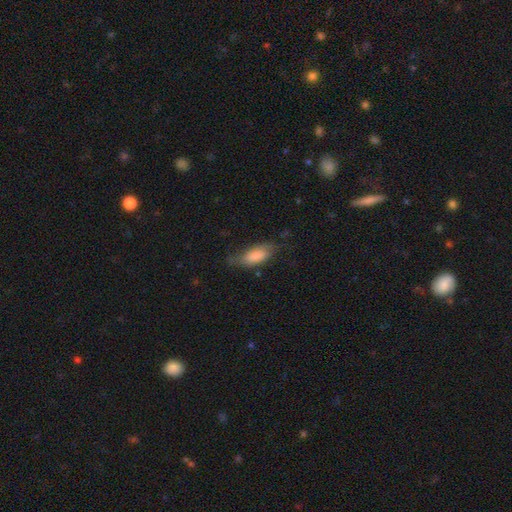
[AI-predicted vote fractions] Q: Smooth or featured?
A: smooth (78%); runner-up: featured or disk (16%)
Q: How rounded?
A: in between (78%); runner-up: cigar-shaped (20%)
Q: Merging?
A: none (57%); runner-up: minor disturbance (30%)